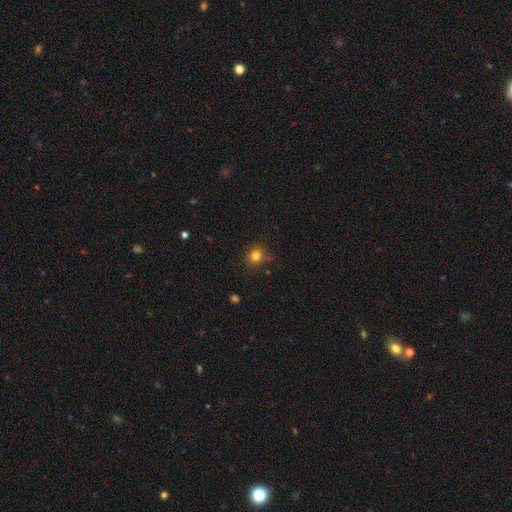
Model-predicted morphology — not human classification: This is clearly a smooth galaxy (80%). How rounded: clearly round (86%). Merging: likely none (79%).